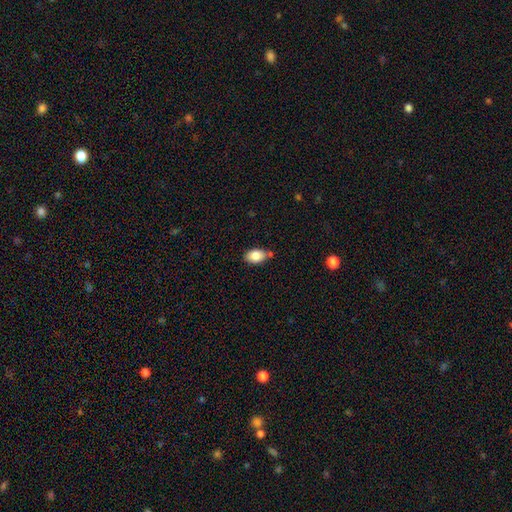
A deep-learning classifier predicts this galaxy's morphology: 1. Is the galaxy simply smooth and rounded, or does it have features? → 85% smooth, 8% star or artifact, 8% featured or disk.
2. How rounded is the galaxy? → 88% in between, 11% round, 2% cigar-shaped.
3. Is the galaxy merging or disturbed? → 68% none, 19% minor disturbance, 10% merger, 4% major disturbance.